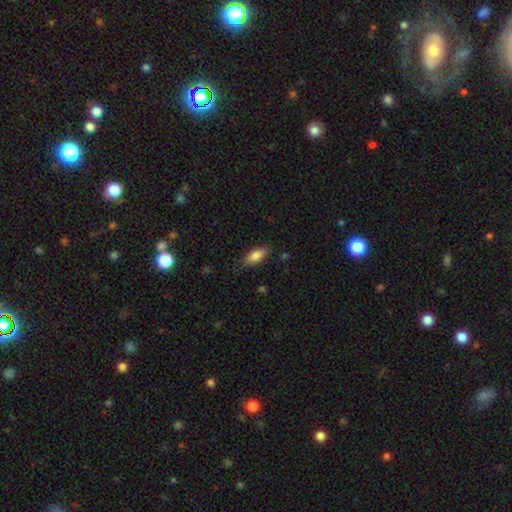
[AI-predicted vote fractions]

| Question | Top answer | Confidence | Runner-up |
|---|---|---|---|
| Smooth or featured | smooth | 81% | featured or disk (12%) |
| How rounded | in between | 80% | cigar-shaped (18%) |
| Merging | none | 81% | minor disturbance (15%) |